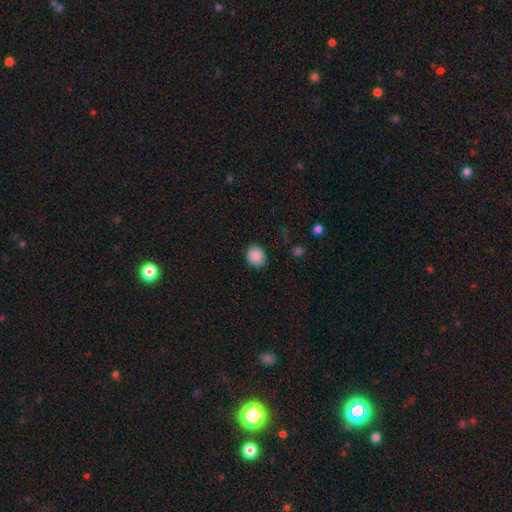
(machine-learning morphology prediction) type=smooth (88%); roundness=round (67%); merging=none (86%).